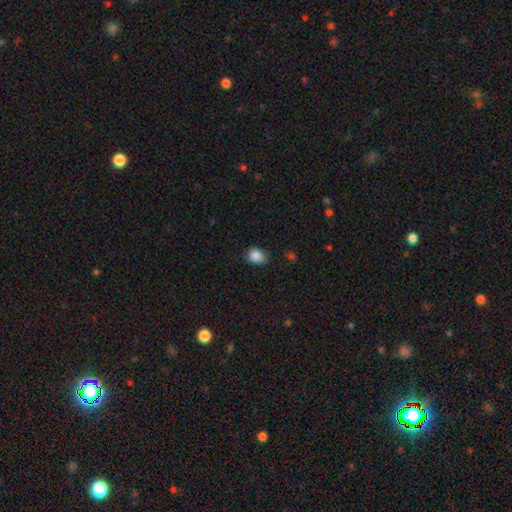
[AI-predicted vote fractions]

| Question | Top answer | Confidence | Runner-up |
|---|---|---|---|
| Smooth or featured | smooth | 87% | star or artifact (9%) |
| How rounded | round | 52% | in between (47%) |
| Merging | none | 75% | minor disturbance (20%) |